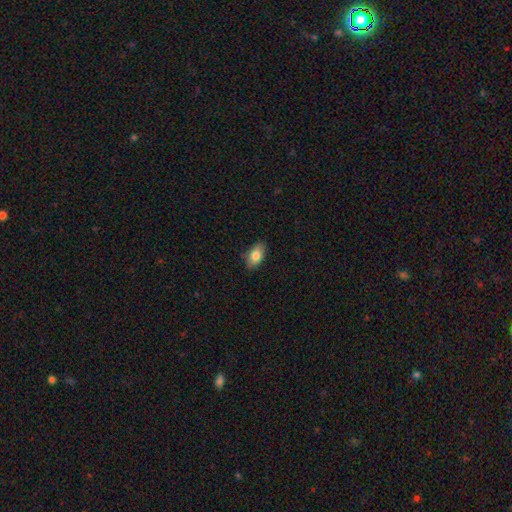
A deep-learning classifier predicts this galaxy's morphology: A smooth galaxy with no disk features (83%) that is in between round and cigar-shaped (91%). Merging: none (80%).